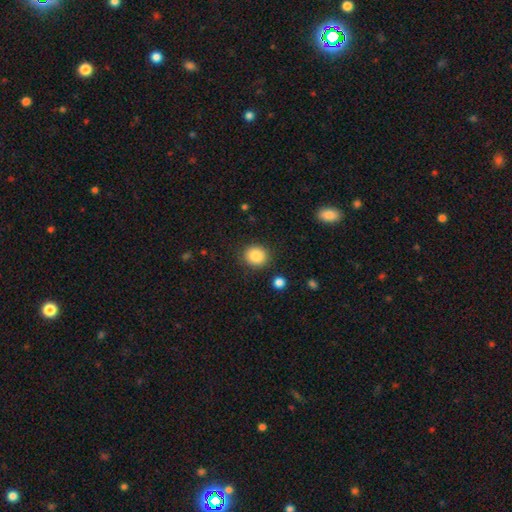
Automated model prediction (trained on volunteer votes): Smooth or featured? Predicted: smooth (p=0.87). How rounded? Predicted: round (p=0.80). Merging? Predicted: none (p=0.87).